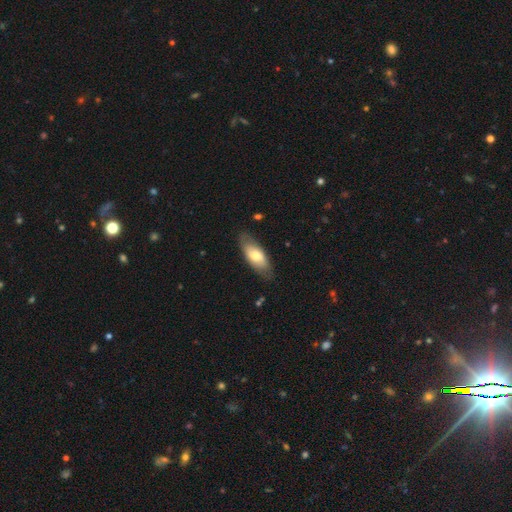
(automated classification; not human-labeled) Smooth or featured: smooth — 68% (featured or disk — 26%)
How rounded: in between — 81% (cigar-shaped — 17%)
Merging: none — 79% (minor disturbance — 16%)